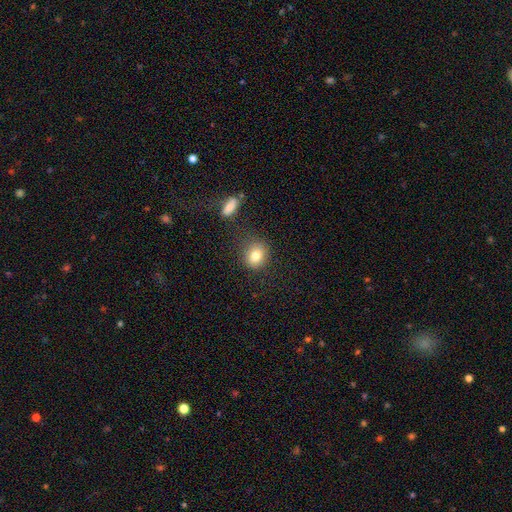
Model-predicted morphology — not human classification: The model was most divided on "how rounded": round: 71%, in between: 28%, cigar-shaped: 1%. More confident: smooth or featured — smooth (81%); merging — none (79%).